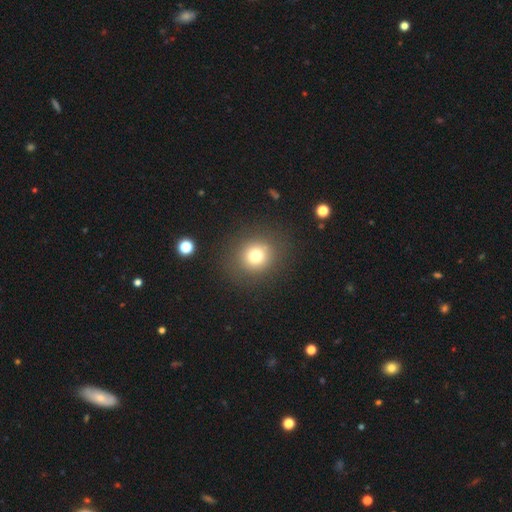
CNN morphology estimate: Smooth or featured? Predicted: smooth (p=0.75). How rounded? Predicted: round (p=0.85). Merging? Predicted: none (p=0.86).